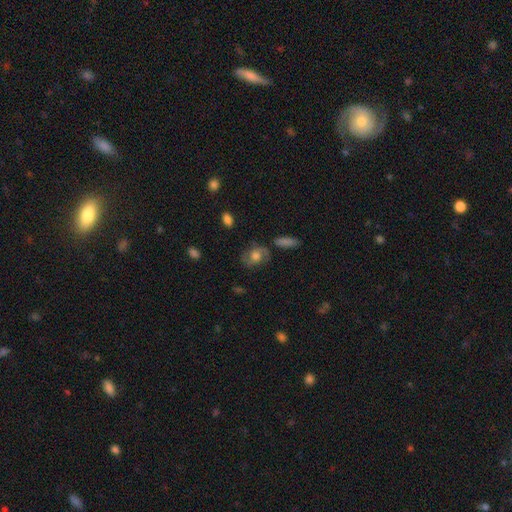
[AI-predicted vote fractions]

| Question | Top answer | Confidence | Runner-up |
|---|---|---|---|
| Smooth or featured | featured or disk | 56% | smooth (35%) |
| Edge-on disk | no | 94% | yes (6%) |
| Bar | no | 69% | weak (25%) |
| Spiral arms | yes | 82% | no (18%) |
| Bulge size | moderate | 46% | large (38%) |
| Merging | none | 72% | minor disturbance (18%) |